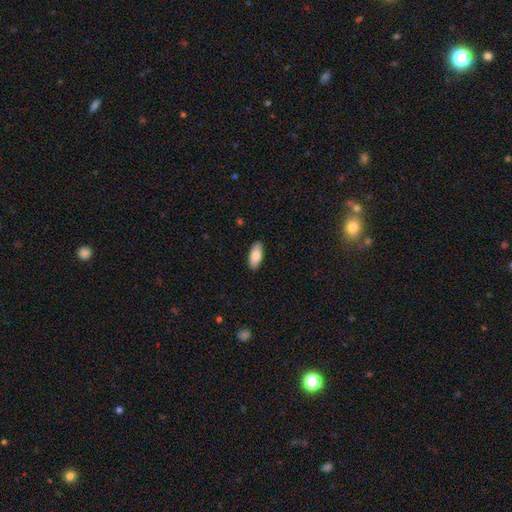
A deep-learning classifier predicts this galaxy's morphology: The model was most divided on "smooth or featured": smooth: 83%, featured or disk: 11%, star or artifact: 6%. More confident: merging — none (89%); how rounded — in between (88%).